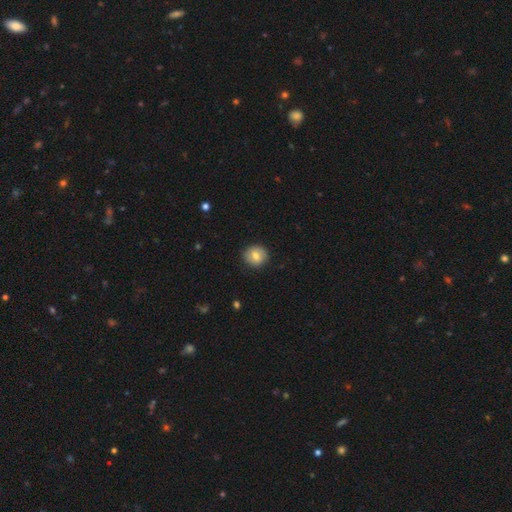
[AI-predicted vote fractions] Smooth or featured?
  - smooth: 70% *
  - featured or disk: 22%
  - star or artifact: 9%
How rounded?
  - round: 85% *
  - in between: 14%
  - cigar-shaped: 1%
Merging?
  - none: 87% *
  - minor disturbance: 10%
  - major disturbance: 2%
  - merger: 1%